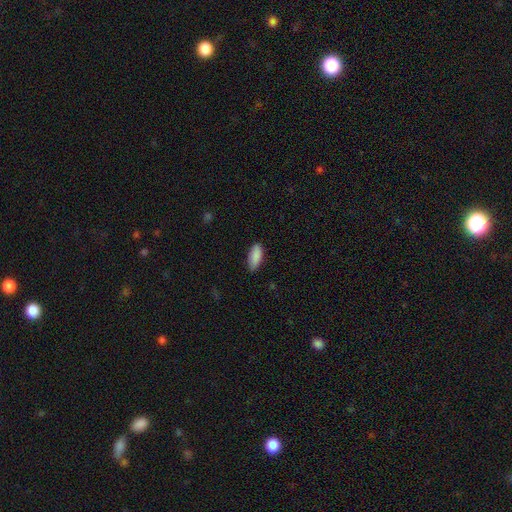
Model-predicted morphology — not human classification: Q: Smooth or featured?
A: smooth (90%); runner-up: star or artifact (6%)
Q: How rounded?
A: in between (83%); runner-up: cigar-shaped (15%)
Q: Merging?
A: none (85%); runner-up: minor disturbance (12%)